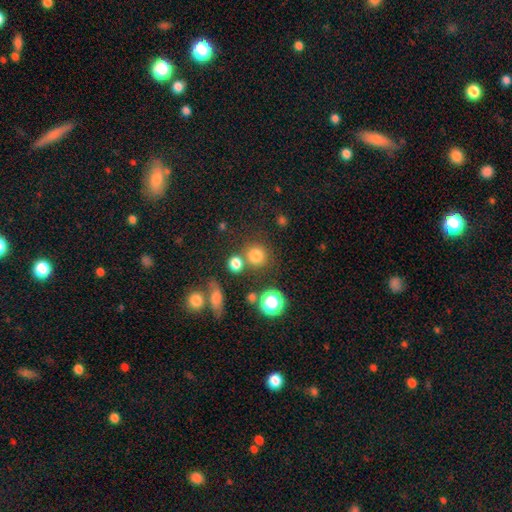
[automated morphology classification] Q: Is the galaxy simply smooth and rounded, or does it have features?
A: smooth — 77%.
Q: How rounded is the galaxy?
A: round — 90%.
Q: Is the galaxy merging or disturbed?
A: none — 73%.